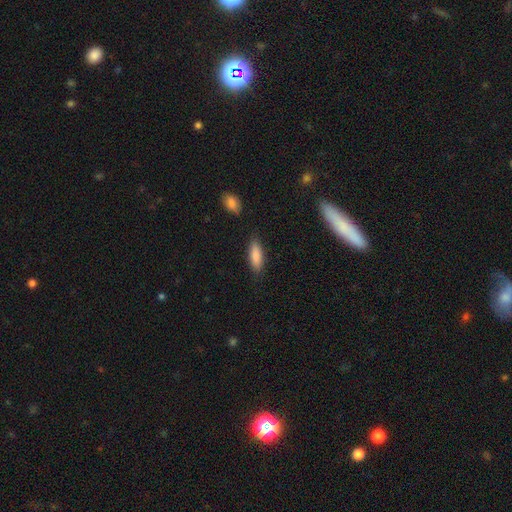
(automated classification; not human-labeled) This appears to be a smooth galaxy with no disk features (86%) that is in between round and cigar-shaped (61%). Merging: none (83%).